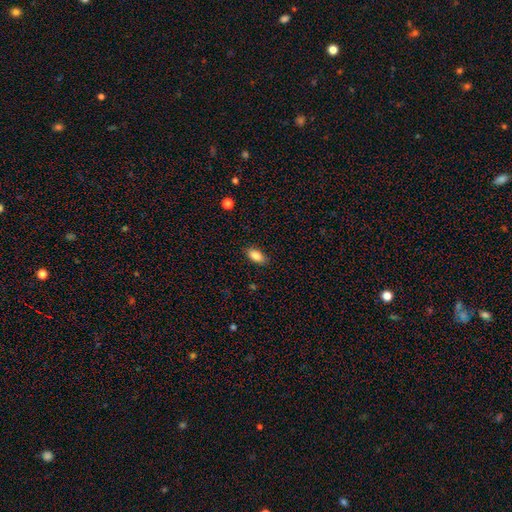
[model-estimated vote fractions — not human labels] Overall: smooth (88%). How rounded: in between (91%). Merging: none (86%).